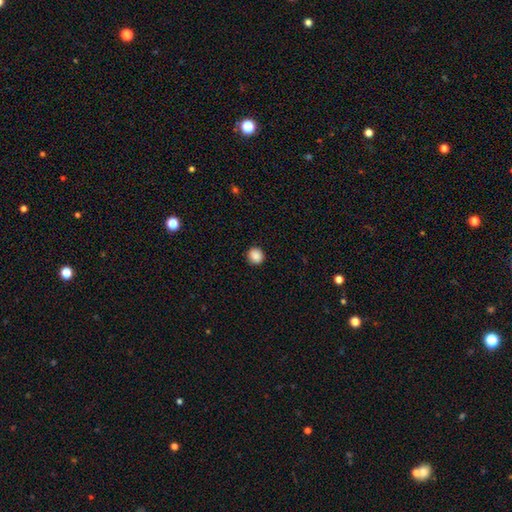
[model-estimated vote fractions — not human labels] smooth_or_featured: smooth (p=0.88) [alt: star or artifact p=0.09]
how_rounded: round (p=0.91) [alt: in between p=0.08]
merging: none (p=0.92) [alt: minor disturbance p=0.05]